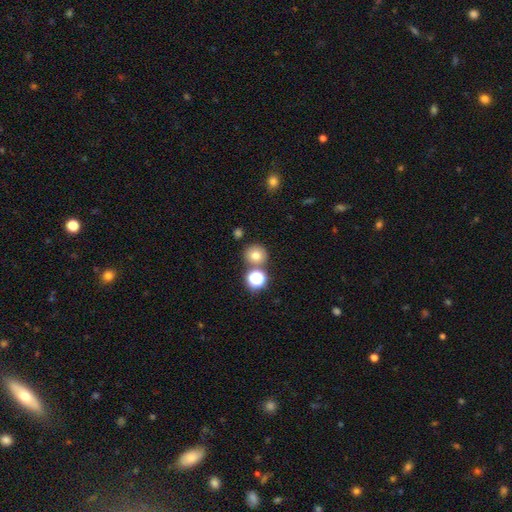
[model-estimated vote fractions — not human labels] Smooth or featured: smooth — 74% (star or artifact — 17%)
How rounded: round — 89% (in between — 10%)
Merging: none — 74% (merger — 16%)